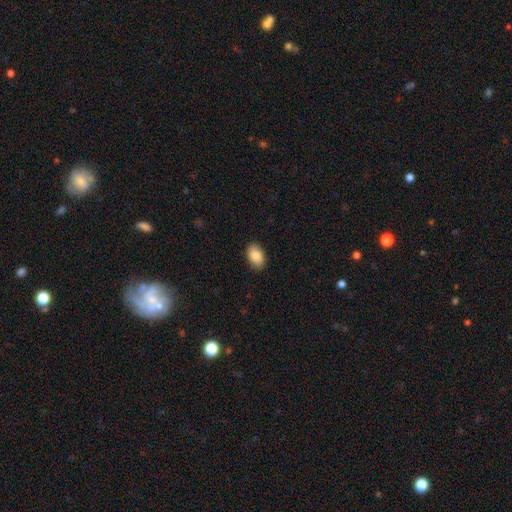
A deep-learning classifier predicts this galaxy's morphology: This is clearly a smooth galaxy (88%). How rounded: clearly in between (89%). Merging: clearly none (88%).